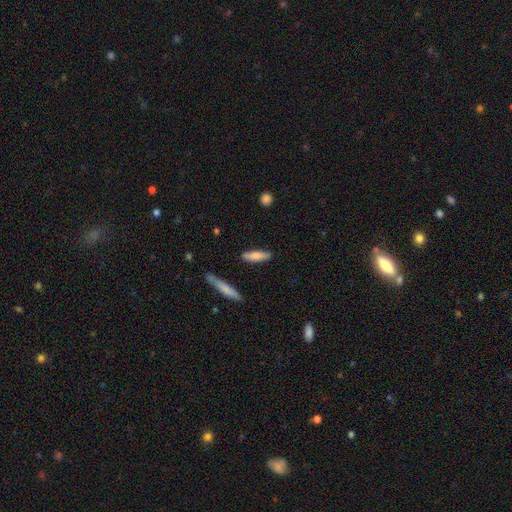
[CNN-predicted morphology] smooth 77%, featured or disk 18%, star or artifact 6%. Down the decision tree: how rounded — cigar-shaped (69%); merging — none (85%).